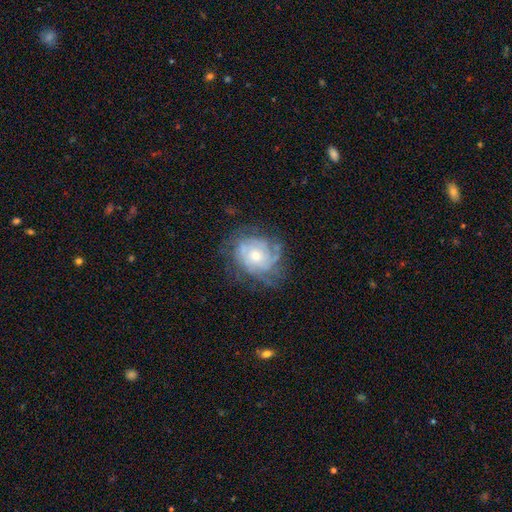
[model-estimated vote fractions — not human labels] This is likely a featured or disk galaxy (78%). It is clearly not viewed edge-on (97%). Bar: likely no (79%). Spiral arm pattern: clearly yes (89%). Spiral arm count: possibly can't tell (47%). Spiral winding: likely tight (66%). Central bulge: possibly moderate (50%). Merging: likely none (62%).